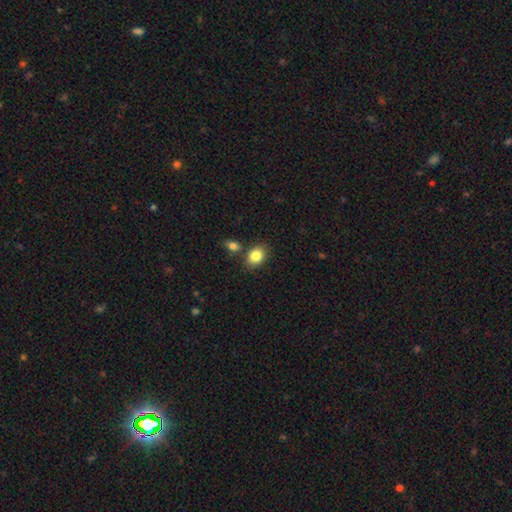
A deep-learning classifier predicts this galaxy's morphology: A smooth galaxy with no disk features (85%) that is in between round and cigar-shaped (64%).

Vote fractions:
- Smooth or featured? smooth: 85% / star or artifact: 8% / featured or disk: 7%
- How rounded? in between: 64% / round: 35% / cigar-shaped: 1%
- Merging? none: 74% / merger: 12% / minor disturbance: 12% / major disturbance: 3%